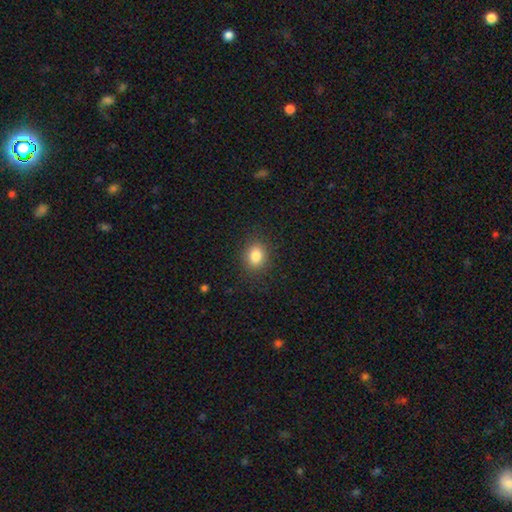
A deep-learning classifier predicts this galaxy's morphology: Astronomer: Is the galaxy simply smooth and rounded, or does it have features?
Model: smooth — 84%.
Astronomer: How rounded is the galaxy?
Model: round — 52% (runner-up: in between, 47%).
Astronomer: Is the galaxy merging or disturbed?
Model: none — 87%.